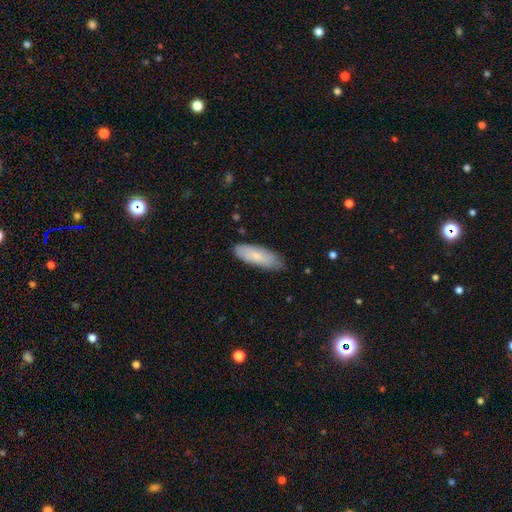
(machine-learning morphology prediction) Smooth or featured: smooth — 77% (featured or disk — 16%)
How rounded: in between — 61% (cigar-shaped — 37%)
Merging: none — 78% (minor disturbance — 18%)